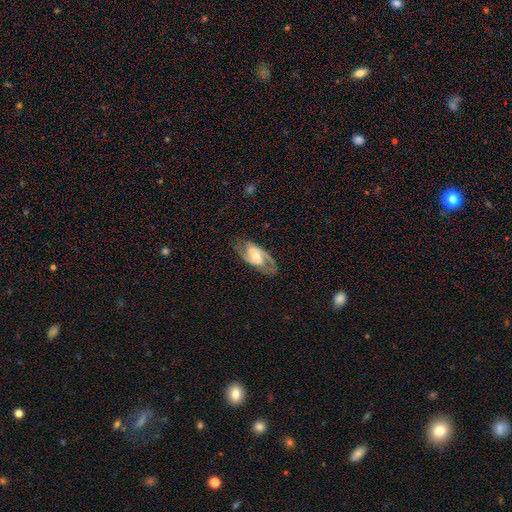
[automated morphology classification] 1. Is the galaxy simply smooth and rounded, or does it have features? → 86% featured or disk, 9% smooth, 5% star or artifact.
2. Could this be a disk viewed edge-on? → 95% no, 5% yes.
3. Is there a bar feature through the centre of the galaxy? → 46% weak, 30% no, 24% strong.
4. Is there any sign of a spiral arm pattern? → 96% yes, 4% no.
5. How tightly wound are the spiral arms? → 55% medium, 28% tight, 17% loose.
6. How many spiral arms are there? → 90% 2, 4% can't tell, 2% 3, 2% 1, 1% 4, 1% more than 4.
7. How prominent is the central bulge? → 52% moderate, 39% small, 5% large, 3% none, 1% dominant.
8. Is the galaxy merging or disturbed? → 80% none, 14% minor disturbance, 5% major disturbance, 1% merger.